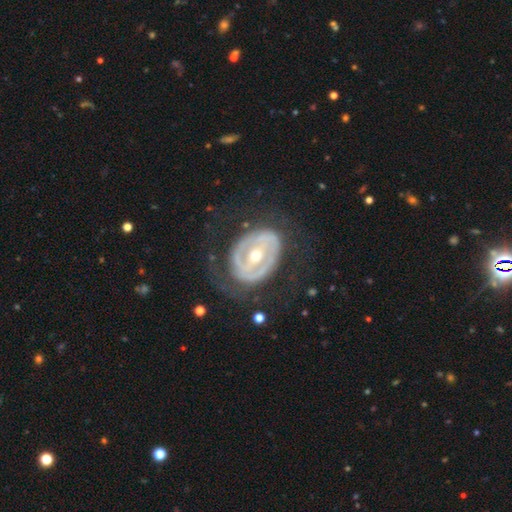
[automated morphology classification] This is clearly a featured or disk galaxy (82%). It is clearly not viewed edge-on (95%). Bar: possibly strong (47%). Spiral arm pattern: possibly yes (57%). Central bulge: possibly small (51%). Merging: possibly none (60%).